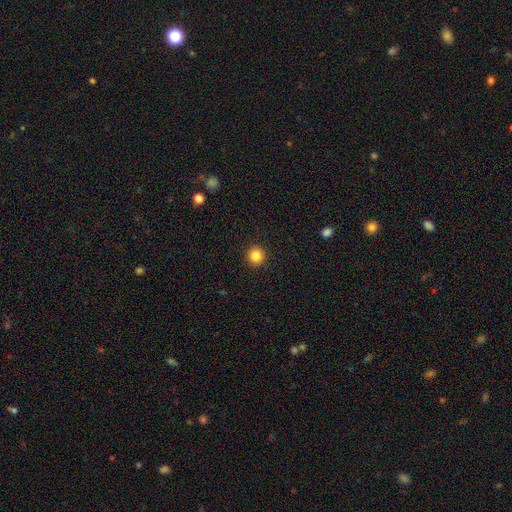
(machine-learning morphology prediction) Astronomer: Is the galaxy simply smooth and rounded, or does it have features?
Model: smooth — 85%.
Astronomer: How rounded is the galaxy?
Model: round — 95%.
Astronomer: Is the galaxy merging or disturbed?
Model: none — 93%.